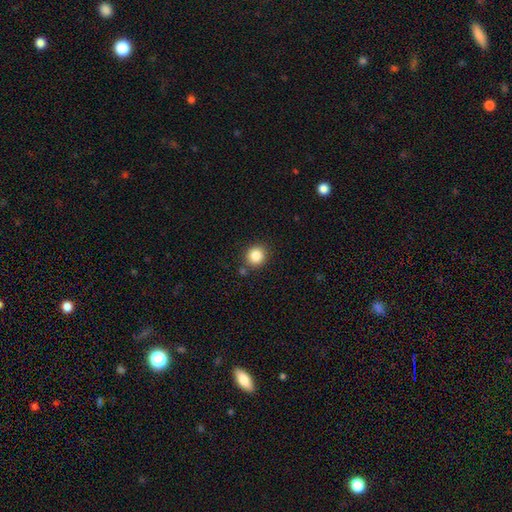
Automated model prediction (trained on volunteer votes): Overall: smooth (85%). How rounded: round (89%). Merging: none (85%).